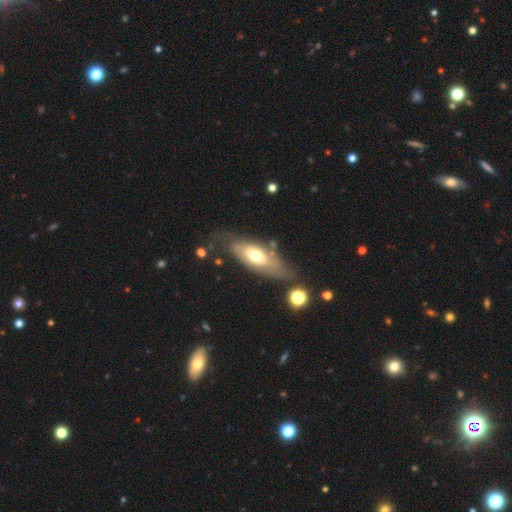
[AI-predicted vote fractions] Q: Smooth or featured?
A: smooth (50%); runner-up: featured or disk (44%)
Q: Merging?
A: none (60%); runner-up: minor disturbance (22%)